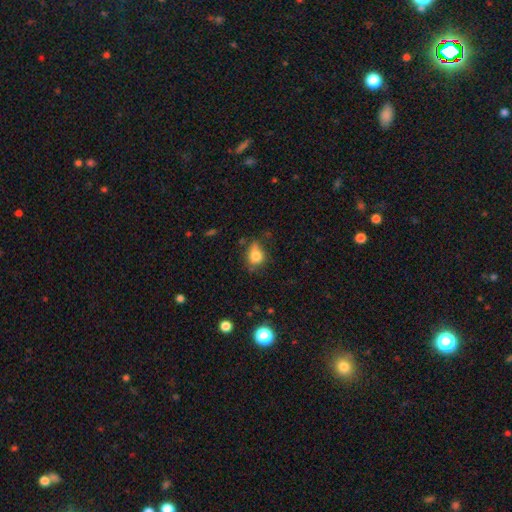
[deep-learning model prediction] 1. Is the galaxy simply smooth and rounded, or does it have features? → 76% smooth, 13% featured or disk, 11% star or artifact.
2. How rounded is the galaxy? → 49% in between (tied), 49% round (tied), 2% cigar-shaped.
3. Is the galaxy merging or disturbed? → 46% none, 35% minor disturbance, 13% major disturbance, 5% merger.